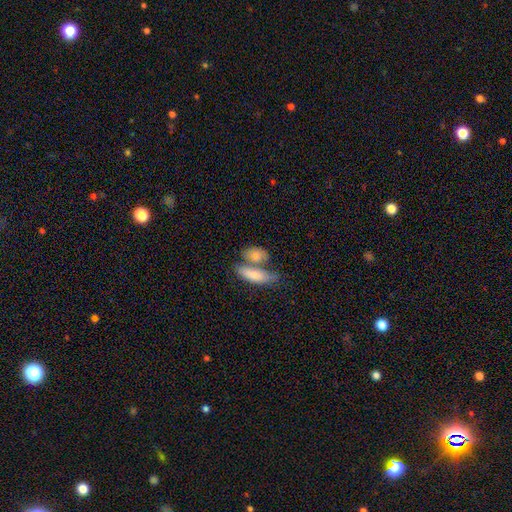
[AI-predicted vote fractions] A smooth galaxy with no disk features (78%) that is in between round and cigar-shaped (78%).

Vote fractions:
- Smooth or featured? smooth: 78% / featured or disk: 16% / star or artifact: 6%
- How rounded? in between: 78% / cigar-shaped: 14% / round: 8%
- Merging? merger: 48% / none: 36% / minor disturbance: 11% / major disturbance: 5%